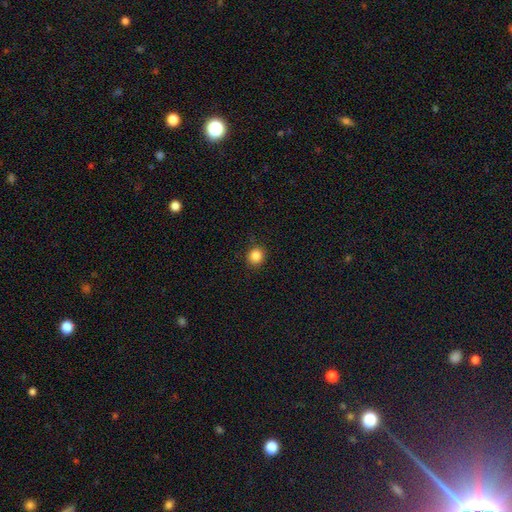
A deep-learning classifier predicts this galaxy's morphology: type=smooth (85%); roundness=round (89%); merging=none (88%).